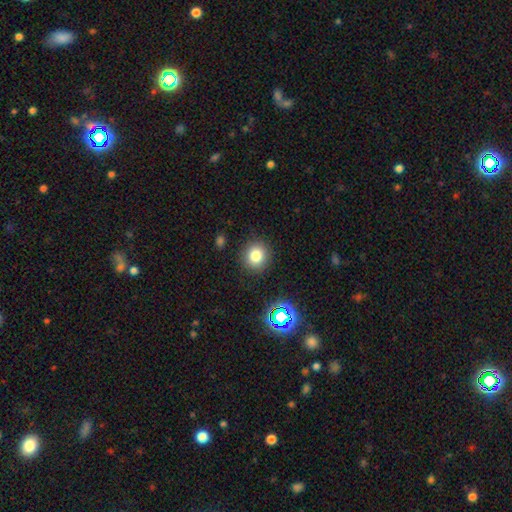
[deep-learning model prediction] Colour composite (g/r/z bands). It shows a smooth galaxy with no disk features (79%) that is round (88%). Merging: none (89%).